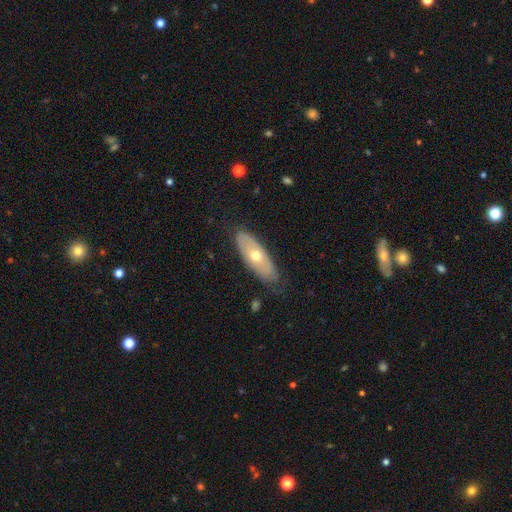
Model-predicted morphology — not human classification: Overall: featured or disk (48%; smooth 46%). Merging: none (75%).